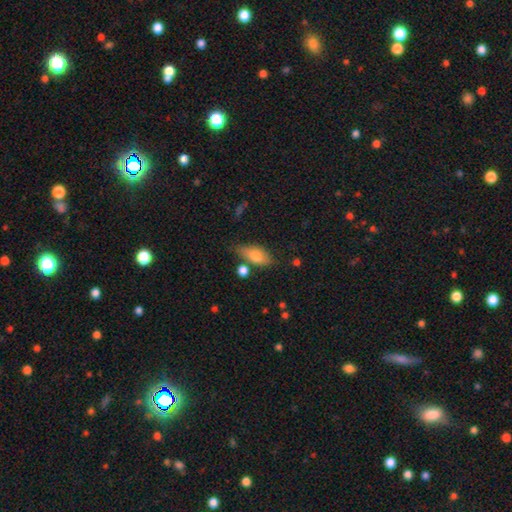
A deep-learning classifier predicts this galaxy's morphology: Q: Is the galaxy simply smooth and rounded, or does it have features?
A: smooth — 74%.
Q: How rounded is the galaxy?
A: in between — 83%.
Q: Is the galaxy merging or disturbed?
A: none — 64%.